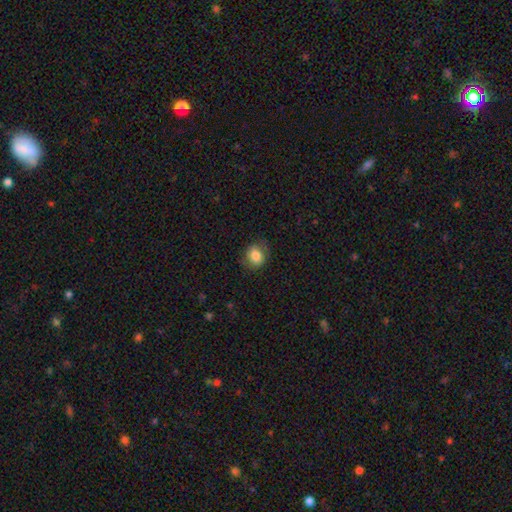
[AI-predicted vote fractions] smooth 79%, featured or disk 12%, star or artifact 9%. Down the decision tree: how rounded — round (59%); merging — none (74%).